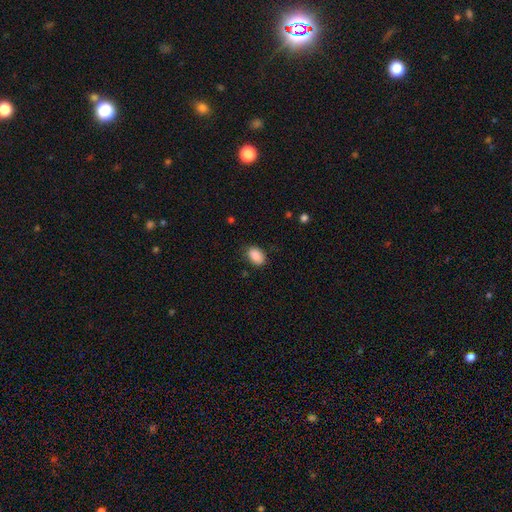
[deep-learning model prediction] This is clearly a smooth galaxy (89%). How rounded: clearly in between (88%). Merging: clearly none (82%).